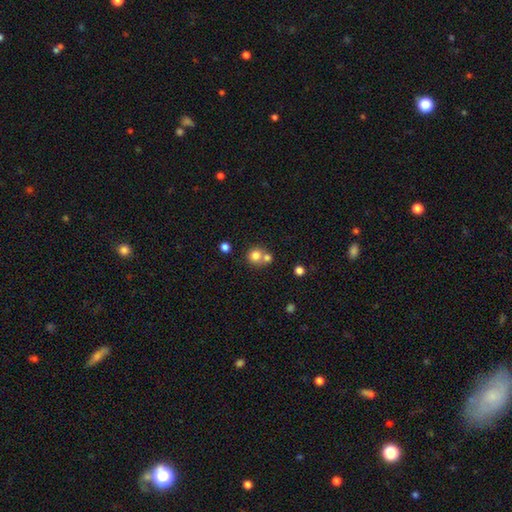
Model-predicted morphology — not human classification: A smooth galaxy with no disk features (77%) that is round (87%). Merging: merger (45%, tied with none).